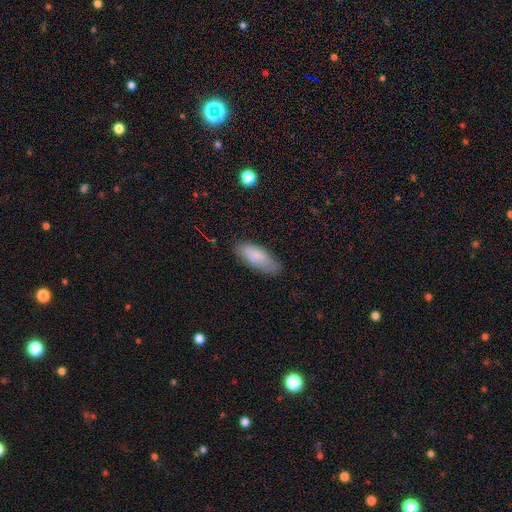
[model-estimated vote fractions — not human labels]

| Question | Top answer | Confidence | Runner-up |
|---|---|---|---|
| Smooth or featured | smooth | 82% | featured or disk (12%) |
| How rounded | in between | 71% | cigar-shaped (28%) |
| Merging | none | 79% | minor disturbance (16%) |